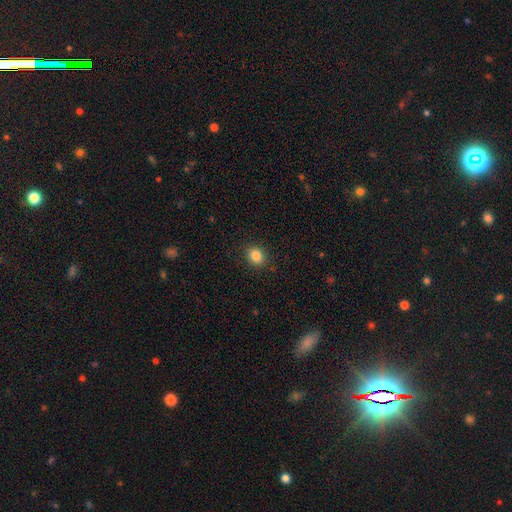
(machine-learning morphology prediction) smooth 85%, star or artifact 10%, featured or disk 5%. Down the decision tree: how rounded — round (56%); merging — none (89%).